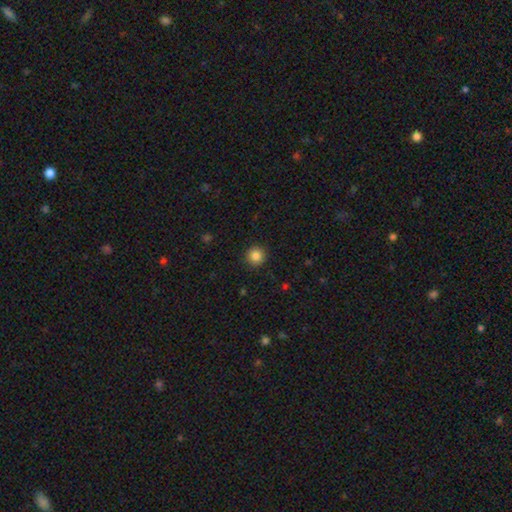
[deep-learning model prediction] smooth_or_featured: smooth (p=0.86) [alt: star or artifact p=0.10]
how_rounded: round (p=0.94) [alt: in between p=0.05]
merging: none (p=0.91) [alt: minor disturbance p=0.06]